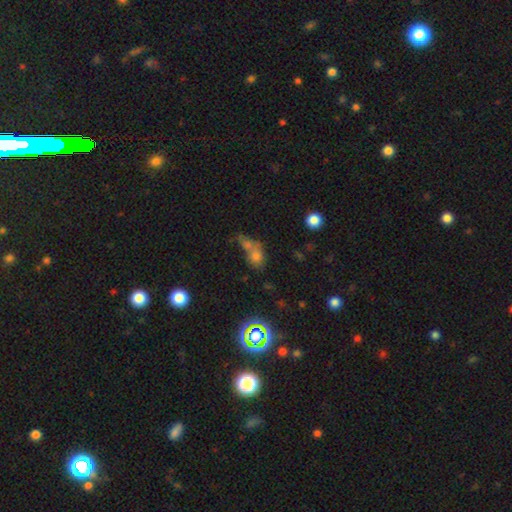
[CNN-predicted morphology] Smooth or featured? Predicted: smooth (p=0.64). How rounded? Predicted: in between (p=0.56). Merging? Predicted: merger (p=0.54).